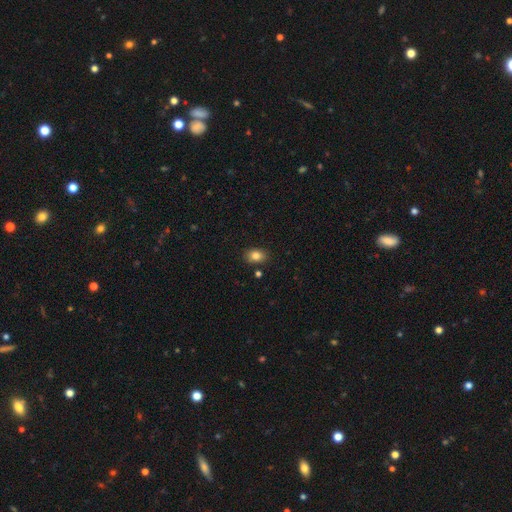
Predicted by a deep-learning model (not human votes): Smooth or featured: smooth — 83% (star or artifact — 10%)
How rounded: in between — 70% (round — 28%)
Merging: none — 84% (minor disturbance — 11%)